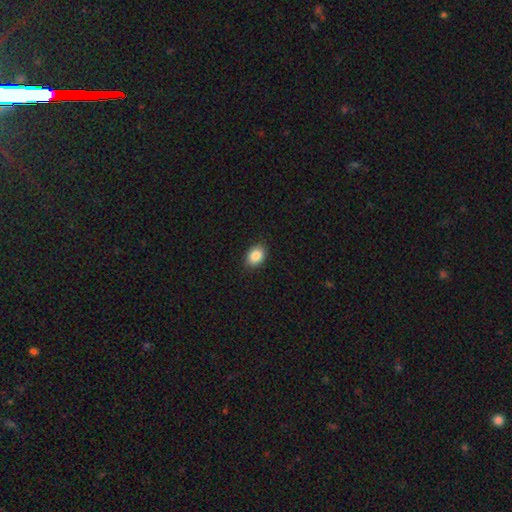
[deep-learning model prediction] A smooth galaxy with no disk features (88%) that is in between round and cigar-shaped (73%). Merging: none (86%).